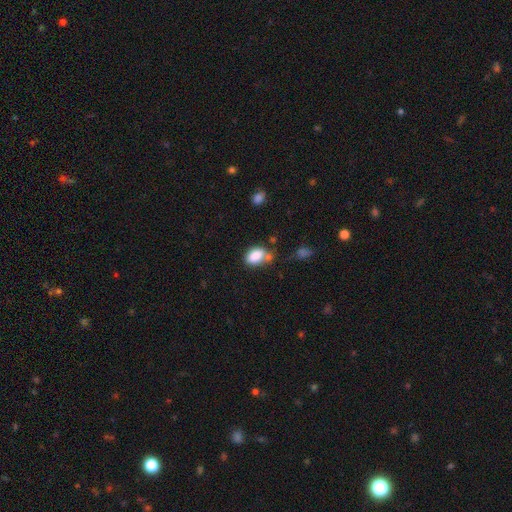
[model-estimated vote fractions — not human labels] Morphology: type=smooth (85%); roundness=in between (85%); merging=none (51%).